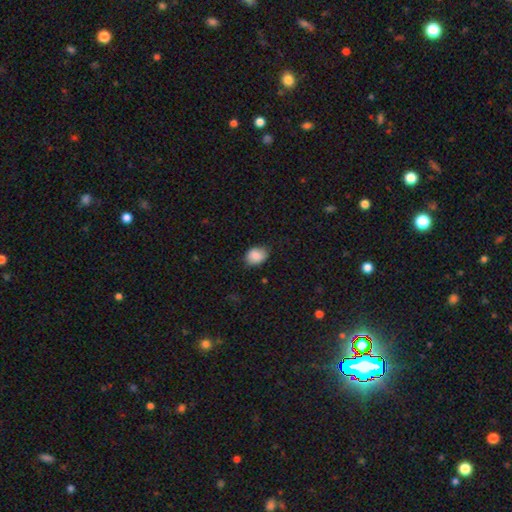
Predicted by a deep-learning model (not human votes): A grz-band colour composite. It shows a smooth galaxy with no disk features (86%) that is in between round and cigar-shaped (70%). Merging: none (79%).